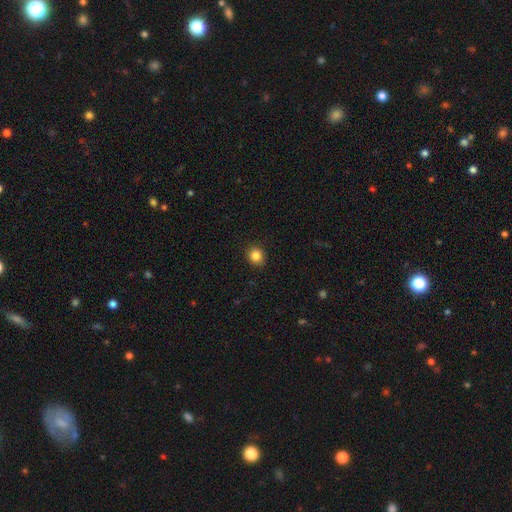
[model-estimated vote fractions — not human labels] Overall: smooth (85%). How rounded: round (83%). Merging: none (89%).